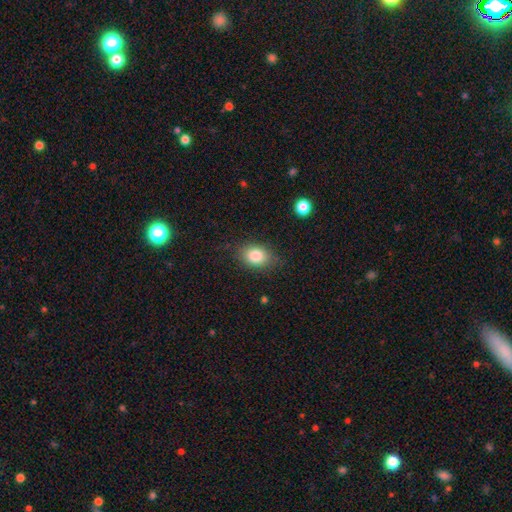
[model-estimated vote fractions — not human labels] Smooth or featured? Predicted: smooth (p=0.84). How rounded? Predicted: in between (p=0.72). Merging? Predicted: none (p=0.80).